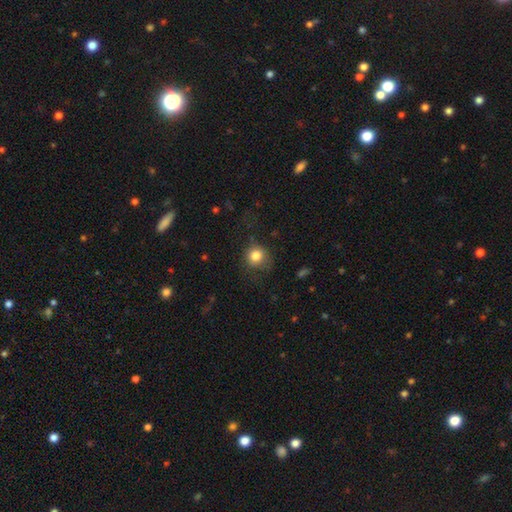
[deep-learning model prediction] Q: Smooth or featured?
A: smooth (82%); runner-up: star or artifact (11%)
Q: How rounded?
A: round (88%); runner-up: in between (11%)
Q: Merging?
A: none (74%); runner-up: minor disturbance (17%)